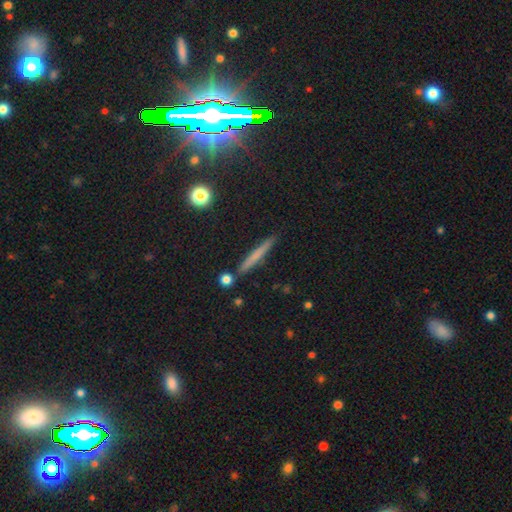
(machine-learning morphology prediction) This is possibly a smooth galaxy (58%). How rounded: clearly cigar-shaped (94%). Merging: clearly none (88%).